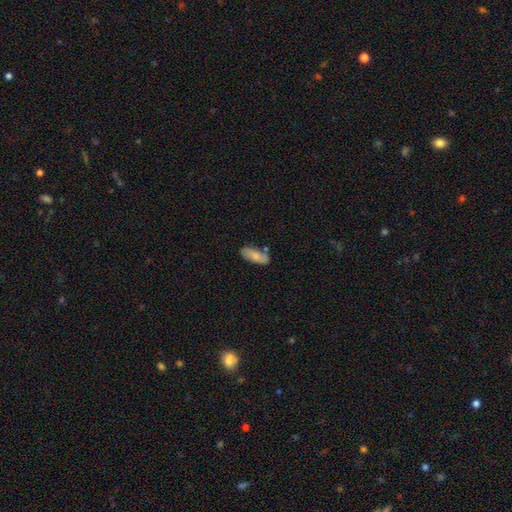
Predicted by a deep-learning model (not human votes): This appears to be a smooth galaxy with no disk features (76%) that is in between round and cigar-shaped (77%). Merging: none (72%).